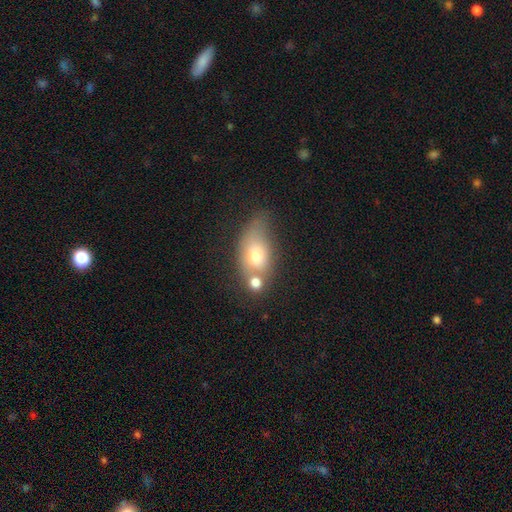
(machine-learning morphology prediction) Smooth or featured?
  - smooth: 65% *
  - featured or disk: 24%
  - star or artifact: 10%
How rounded?
  - in between: 80% *
  - round: 14%
  - cigar-shaped: 6%
Merging?
  - merger: 33% *
  - none: 31%
  - minor disturbance: 22%
  - major disturbance: 14%